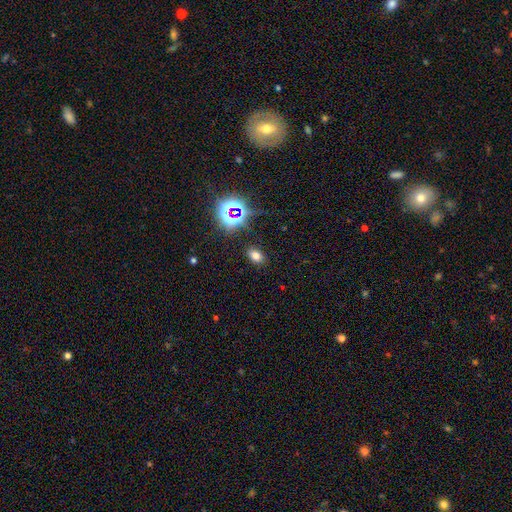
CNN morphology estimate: This appears to be a smooth galaxy with no disk features (68%) that is in between round and cigar-shaped (81%). Merging: none (87%).